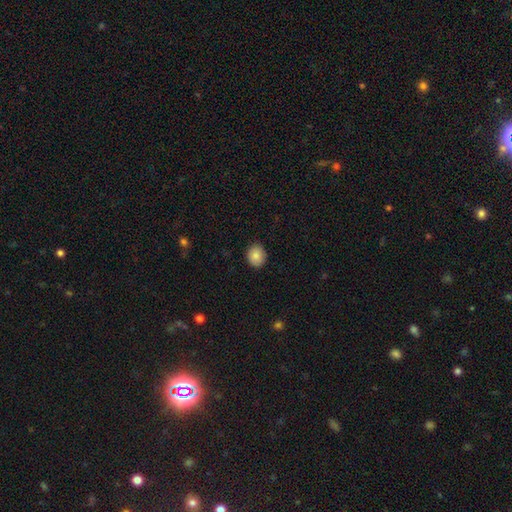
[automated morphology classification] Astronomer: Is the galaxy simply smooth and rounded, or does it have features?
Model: smooth — 87%.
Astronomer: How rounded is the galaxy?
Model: round — 56% (runner-up: in between, 43%).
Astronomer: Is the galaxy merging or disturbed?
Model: none — 88%.